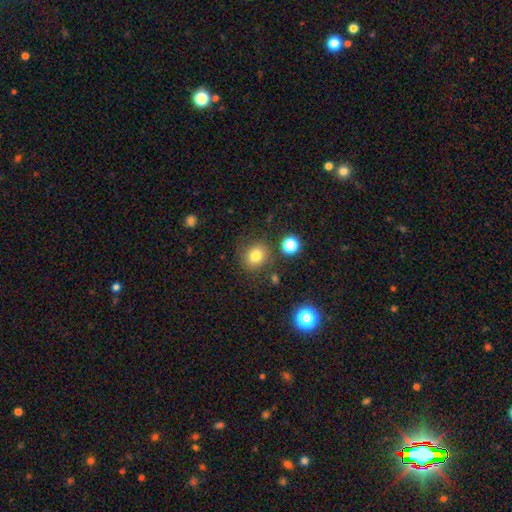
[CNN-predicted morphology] smooth 78%, star or artifact 14%, featured or disk 8%. Down the decision tree: how rounded — round (80%); merging — none (81%).